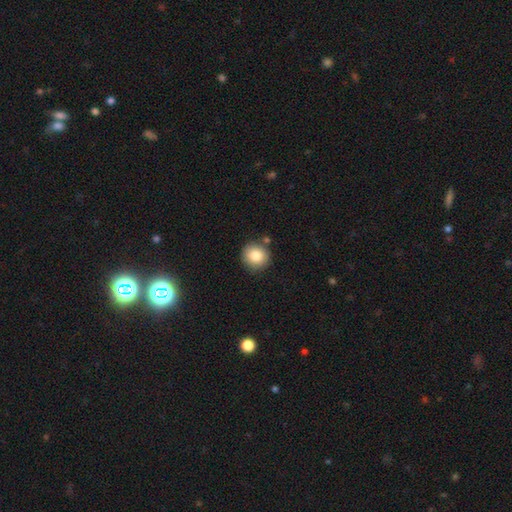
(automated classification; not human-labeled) Smooth or featured?
  - smooth: 83% *
  - star or artifact: 9%
  - featured or disk: 8%
How rounded?
  - round: 91% *
  - in between: 8%
  - cigar-shaped: 1%
Merging?
  - none: 82% *
  - minor disturbance: 9%
  - merger: 6%
  - major disturbance: 2%